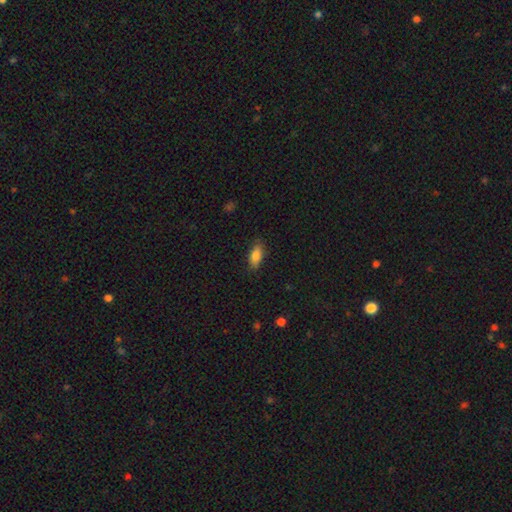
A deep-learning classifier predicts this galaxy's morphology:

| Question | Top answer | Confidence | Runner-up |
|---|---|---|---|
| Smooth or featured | smooth | 83% | featured or disk (9%) |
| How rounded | in between | 84% | cigar-shaped (13%) |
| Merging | none | 84% | minor disturbance (12%) |